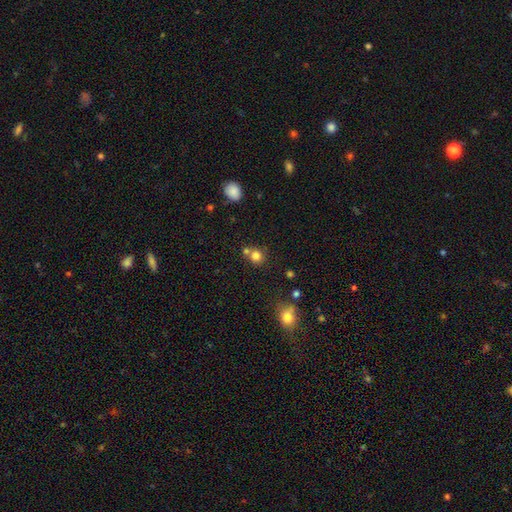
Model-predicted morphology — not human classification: type=smooth (79%); roundness=round (83%); merging=none (56%).